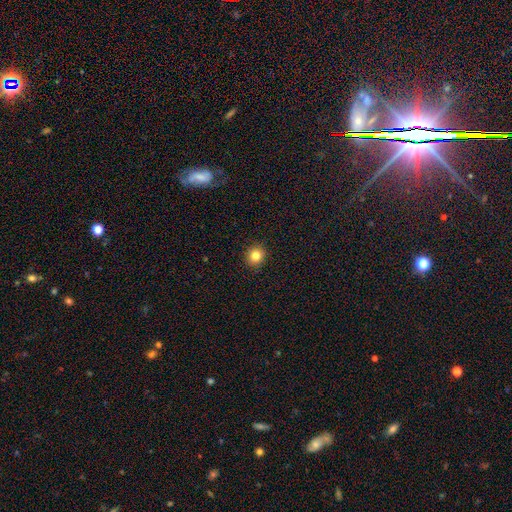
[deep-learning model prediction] This appears to be a smooth galaxy with no disk features (82%) that is round (87%). Merging: none (92%).